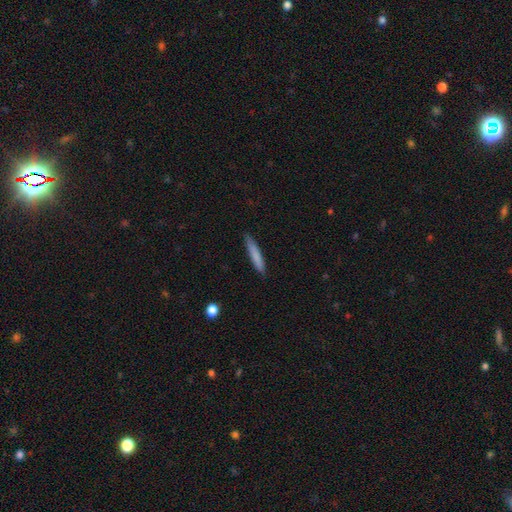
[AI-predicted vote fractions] Q: Smooth or featured?
A: smooth (78%); runner-up: featured or disk (16%)
Q: How rounded?
A: cigar-shaped (93%); runner-up: in between (6%)
Q: Merging?
A: none (87%); runner-up: minor disturbance (10%)